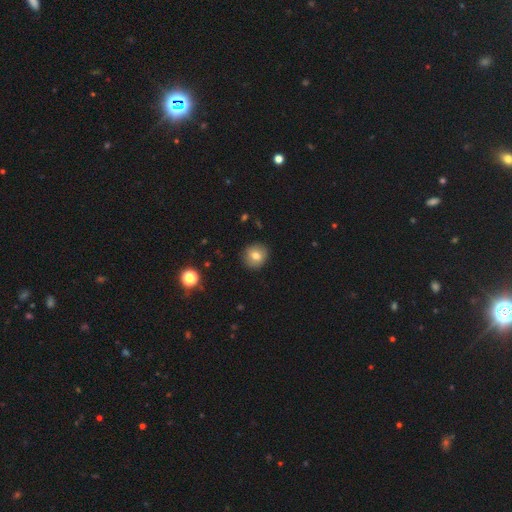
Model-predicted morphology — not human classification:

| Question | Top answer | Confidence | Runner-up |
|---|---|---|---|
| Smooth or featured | smooth | 75% | featured or disk (14%) |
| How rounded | round | 90% | in between (9%) |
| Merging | none | 89% | minor disturbance (8%) |